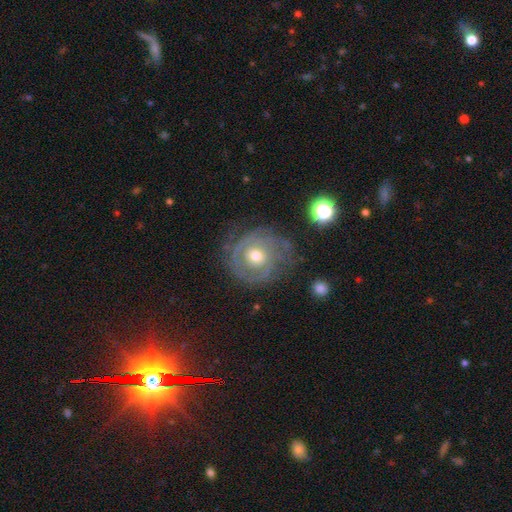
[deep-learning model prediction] Smooth or featured: featured or disk — 74% (smooth — 19%)
Edge-on disk: no — 97% (yes — 3%)
Bar: no — 83% (weak — 14%)
Spiral arms: yes — 77% (no — 23%)
Spiral winding: tight — 69% (medium — 22%)
Spiral arm count: can't tell — 41% (2 — 25%)
Bulge size: moderate — 70% (small — 21%)
Merging: none — 62% (minor disturbance — 21%)